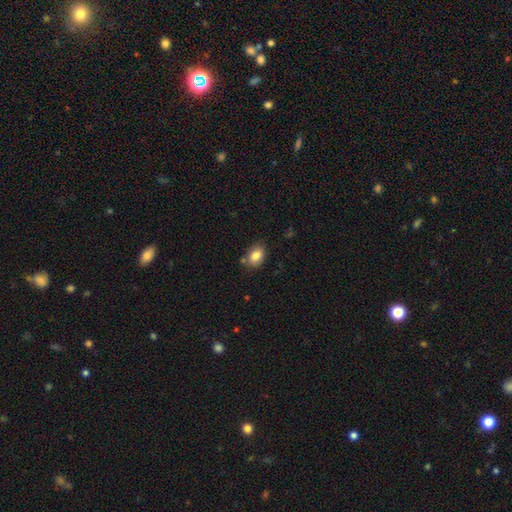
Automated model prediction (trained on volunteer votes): Smooth or featured? Predicted: smooth (p=0.84). How rounded? Predicted: in between (p=0.81). Merging? Predicted: none (p=0.75).